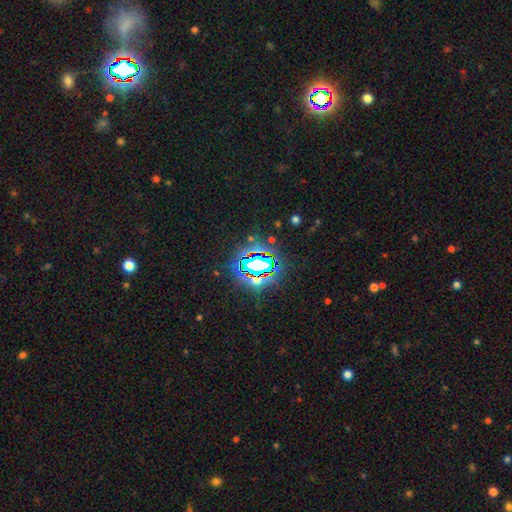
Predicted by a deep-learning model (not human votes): This is clearly a star or artifact rather than a galaxy (80%).